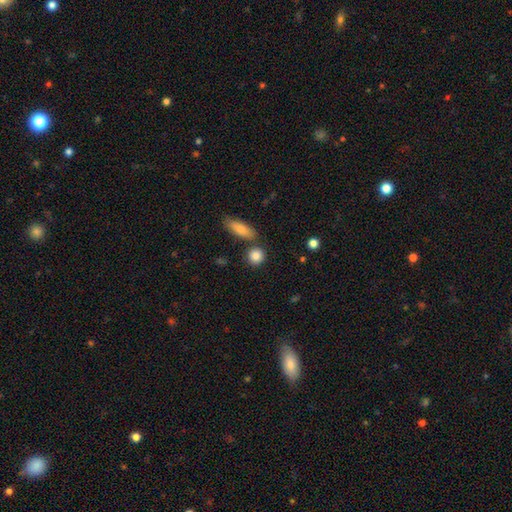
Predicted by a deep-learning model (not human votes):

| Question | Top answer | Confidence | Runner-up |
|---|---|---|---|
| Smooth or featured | smooth | 85% | star or artifact (8%) |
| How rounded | round | 81% | in between (16%) |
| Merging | none | 77% | merger (12%) |